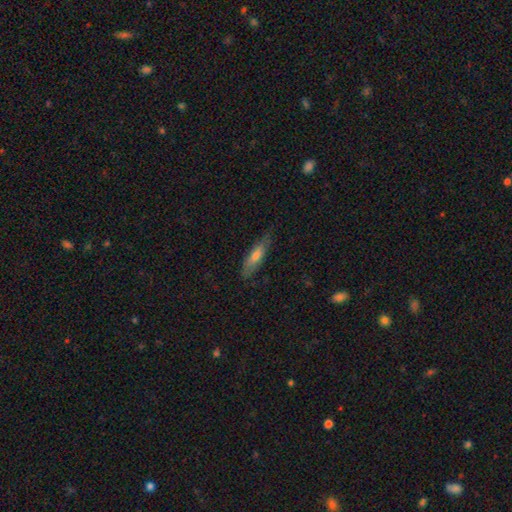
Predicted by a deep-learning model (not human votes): Smooth or featured?
  - smooth: 63% *
  - featured or disk: 31%
  - star or artifact: 6%
How rounded?
  - cigar-shaped: 64% *
  - in between: 34%
  - round: 2%
Merging?
  - none: 75% *
  - minor disturbance: 20%
  - major disturbance: 4%
  - merger: 1%